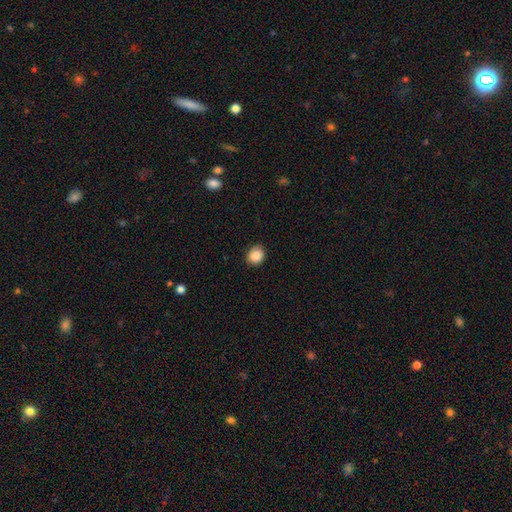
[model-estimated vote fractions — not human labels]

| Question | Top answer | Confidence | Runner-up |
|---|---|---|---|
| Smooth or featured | smooth | 88% | star or artifact (8%) |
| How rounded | round | 70% | in between (29%) |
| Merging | none | 83% | minor disturbance (13%) |